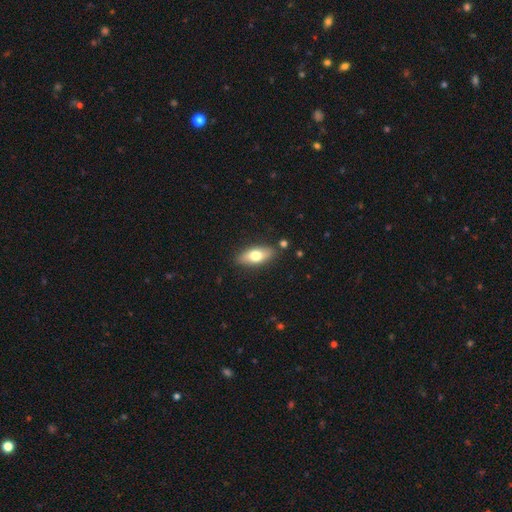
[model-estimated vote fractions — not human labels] smooth-or-featured: smooth: 68% | featured or disk: 26% | star or artifact: 6%
  how-rounded: in between: 79% | cigar-shaped: 18% | round: 3%
  merging: none: 85% | minor disturbance: 10% | merger: 3% | major disturbance: 2%